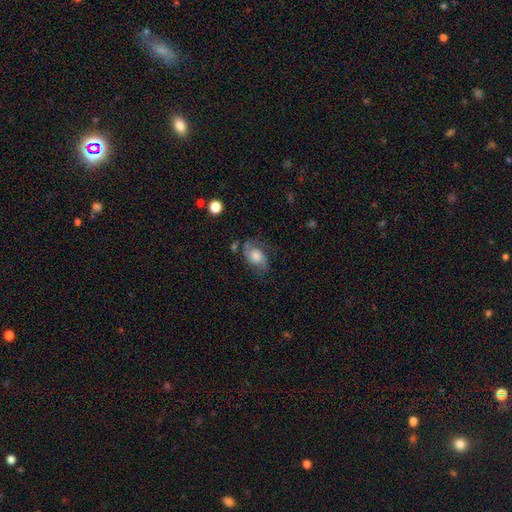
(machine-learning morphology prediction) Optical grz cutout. It shows a featured or disk galaxy (62%) with no bar (71%), 2 (84%) medium (46%) spiral arms (89%) and a moderate central bulge (42%). Merging: none (62%).